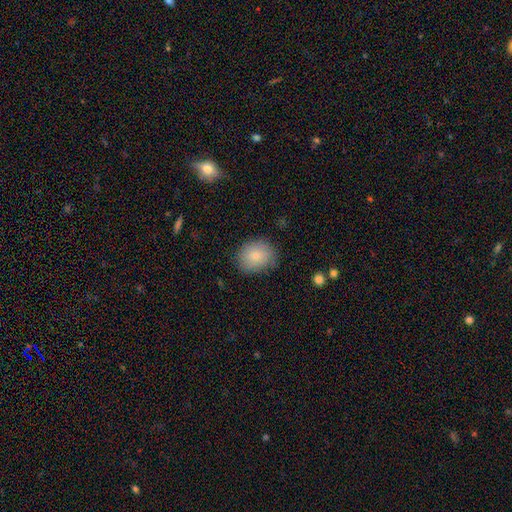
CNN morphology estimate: Q: Smooth or featured?
A: smooth (81%); runner-up: featured or disk (11%)
Q: How rounded?
A: round (53%); runner-up: in between (46%)
Q: Merging?
A: none (79%); runner-up: minor disturbance (16%)